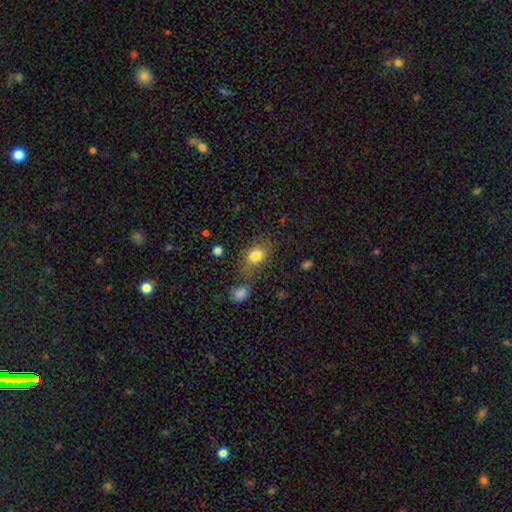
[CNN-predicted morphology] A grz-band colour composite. It shows a smooth galaxy with no disk features (78%) that is in between round and cigar-shaped (55%). Merging: none (59%).